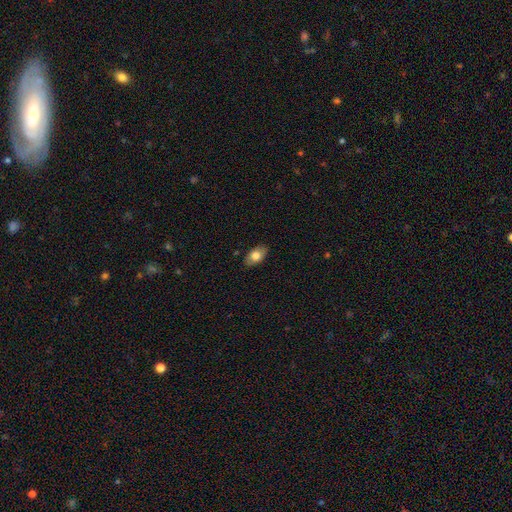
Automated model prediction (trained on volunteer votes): smooth 76%, featured or disk 17%, star or artifact 7%. Down the decision tree: how rounded — in between (92%); merging — none (86%).